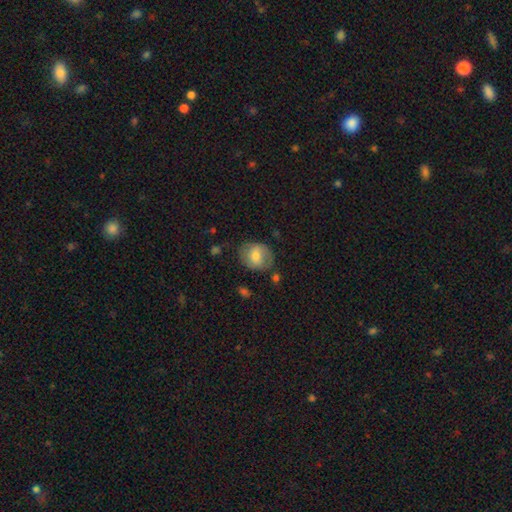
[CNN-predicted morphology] type=smooth (61%); roundness=round (58%); merging=none (68%).